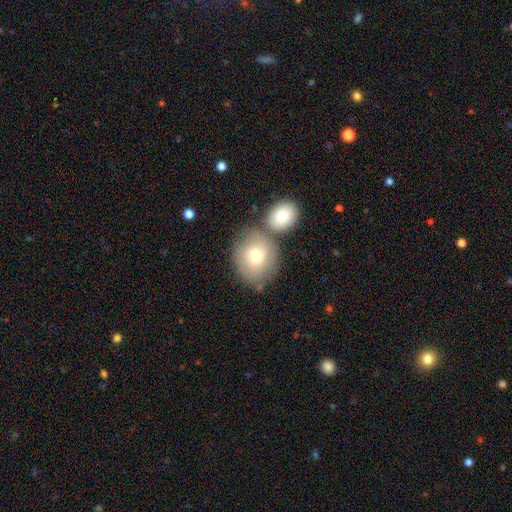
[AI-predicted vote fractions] Smooth or featured: smooth — 74% (featured or disk — 19%)
How rounded: round — 66% (in between — 32%)
Merging: none — 54% (merger — 28%)